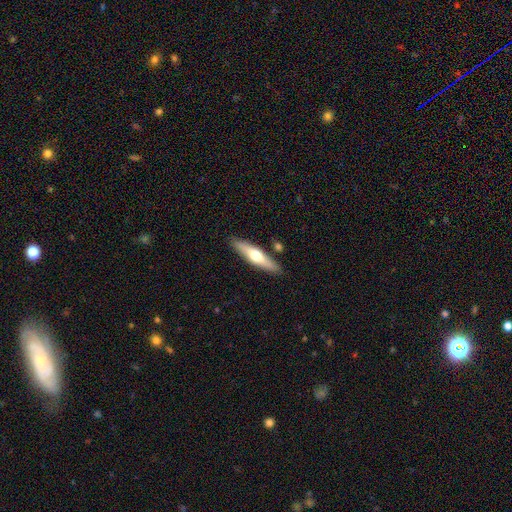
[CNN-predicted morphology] This is possibly a smooth galaxy (49%). Merging: clearly none (84%).